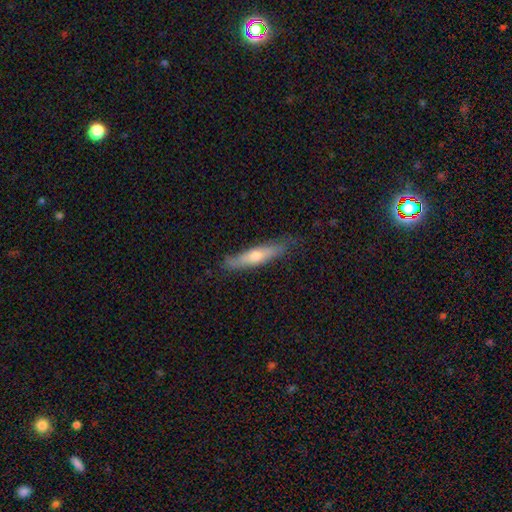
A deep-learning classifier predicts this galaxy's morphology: Smooth or featured? smooth (54%)
How rounded? cigar-shaped (83%)
Merging? none (76%)